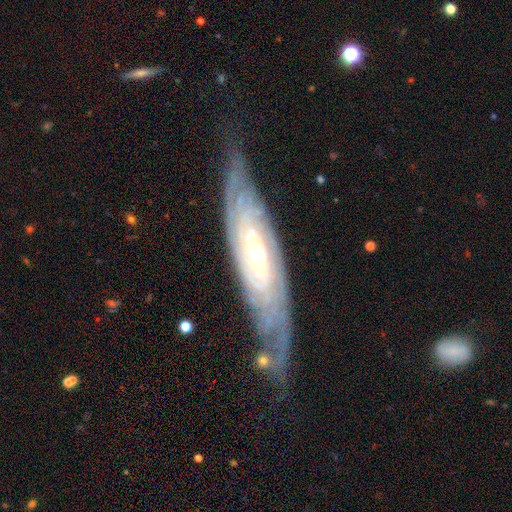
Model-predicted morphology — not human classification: Smooth or featured?
  - featured or disk: 86% *
  - smooth: 8%
  - star or artifact: 6%
Edge-on disk?
  - no: 80% *
  - yes: 20%
Bar?
  - no: 47% *
  - weak: 35%
  - strong: 18%
Spiral arms?
  - yes: 96% *
  - no: 4%
Spiral winding?
  - tight: 79% *
  - medium: 17%
  - loose: 4%
Spiral arm count?
  - can't tell: 46% *
  - 2: 14%
  - 4: 13%
  - 3: 12%
  - more than 4: 10%
  - 1: 5%
Bulge size?
  - small: 57% *
  - moderate: 36%
  - large: 4%
  - none: 2%
  - dominant: 1%
Merging?
  - none: 70% *
  - minor disturbance: 21%
  - major disturbance: 8%
  - merger: 2%